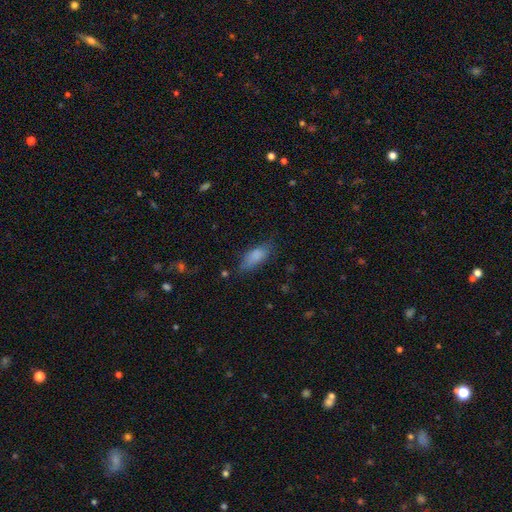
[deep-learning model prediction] Smooth or featured: smooth — 83% (featured or disk — 9%)
How rounded: in between — 76% (cigar-shaped — 22%)
Merging: none — 67% (minor disturbance — 24%)